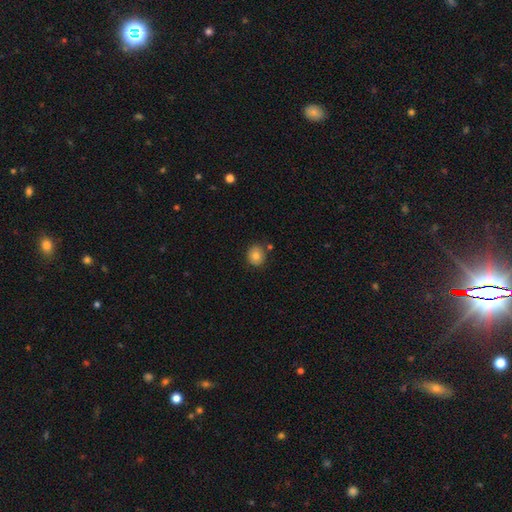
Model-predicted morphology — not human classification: Smooth or featured: smooth — 82% (star or artifact — 10%)
How rounded: round — 75% (in between — 24%)
Merging: none — 81% (minor disturbance — 11%)